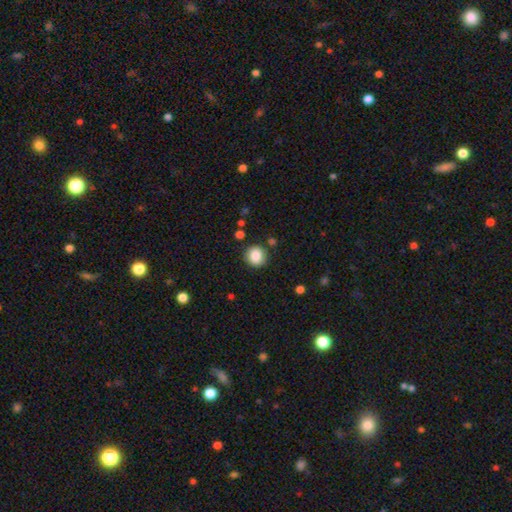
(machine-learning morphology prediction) The model was most divided on "merging": none: 86%, minor disturbance: 8%, merger: 3%, major disturbance: 3%. More confident: how rounded — round (88%); smooth or featured — smooth (87%).